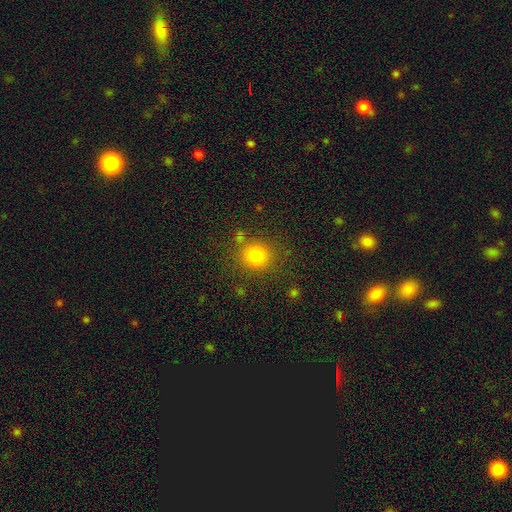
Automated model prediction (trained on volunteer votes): Smooth or featured: smooth — 79% (star or artifact — 15%)
How rounded: round — 88% (in between — 11%)
Merging: none — 82% (minor disturbance — 10%)